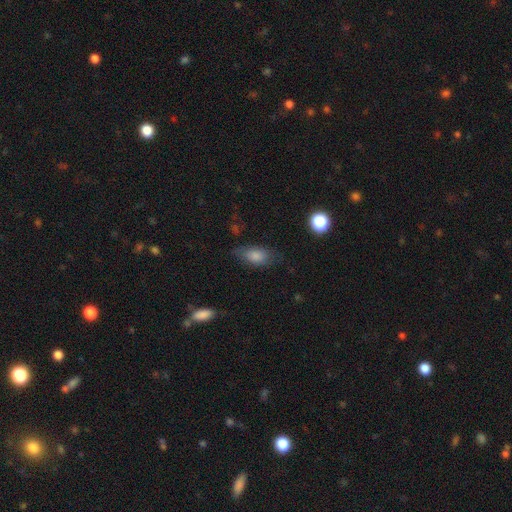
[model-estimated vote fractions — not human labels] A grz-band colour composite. It shows a smooth galaxy with no disk features (80%) that is in between round and cigar-shaped (87%). Merging: none (65%).